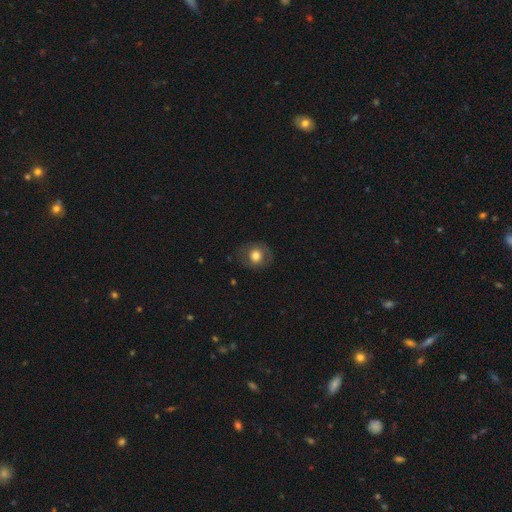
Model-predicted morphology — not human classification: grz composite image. It shows a smooth galaxy with no disk features (69%) that is round (77%). Merging: none (79%).